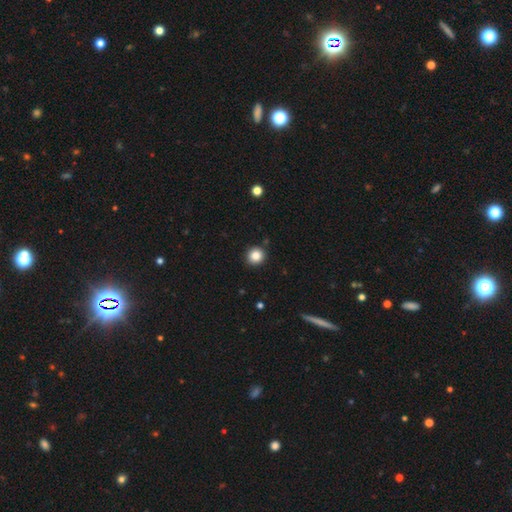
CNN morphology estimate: A smooth galaxy with no disk features (85%) that is round (92%). Merging: none (91%).